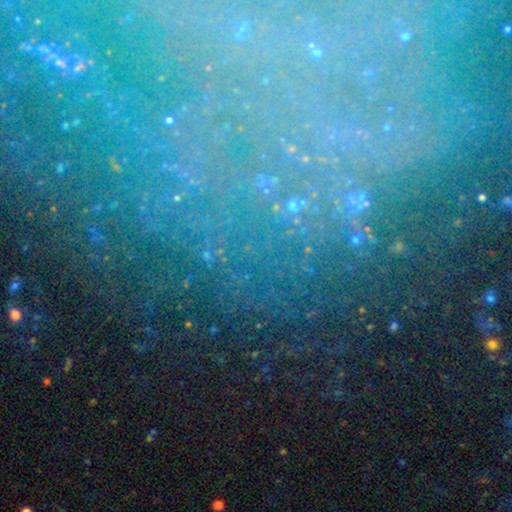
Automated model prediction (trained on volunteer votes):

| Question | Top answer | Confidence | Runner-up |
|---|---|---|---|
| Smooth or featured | star or artifact | 61% | featured or disk (26%) |